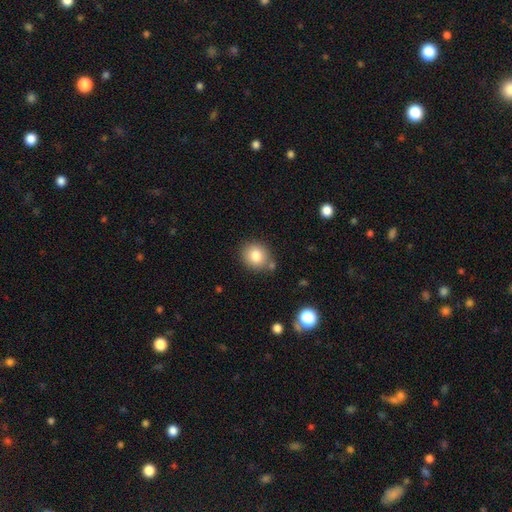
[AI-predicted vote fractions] Smooth or featured: smooth — 81% (star or artifact — 10%)
How rounded: round — 76% (in between — 23%)
Merging: none — 75% (minor disturbance — 13%)